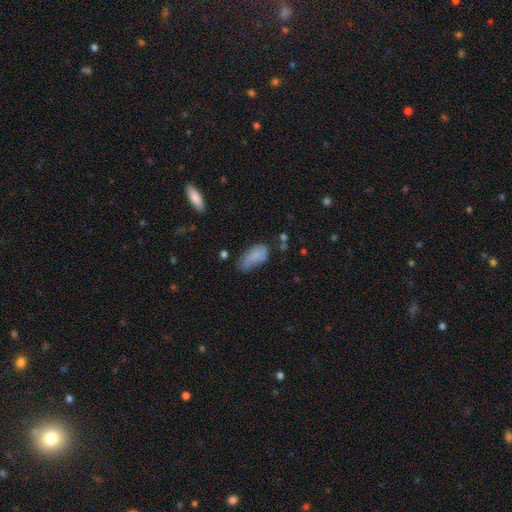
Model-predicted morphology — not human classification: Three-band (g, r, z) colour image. It shows a smooth galaxy with no disk features (79%) that is in between round and cigar-shaped (90%). Merging: none (43%).